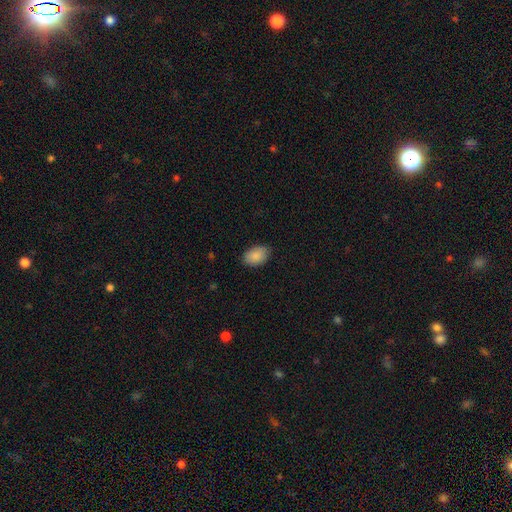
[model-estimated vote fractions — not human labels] The model was most divided on "merging": none: 84%, minor disturbance: 13%, major disturbance: 3%, merger: 1%. More confident: smooth or featured — smooth (89%); how rounded — in between (88%).